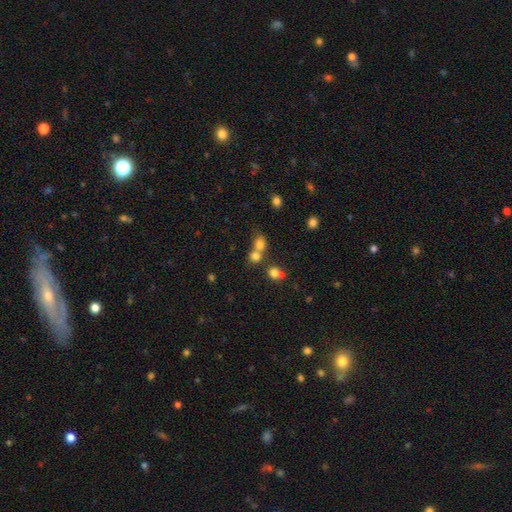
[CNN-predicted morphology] smooth_or_featured: smooth (p=0.73) [alt: star or artifact p=0.17]
how_rounded: round (p=0.79) [alt: in between p=0.20]
merging: merger (p=0.46) [alt: none p=0.44]